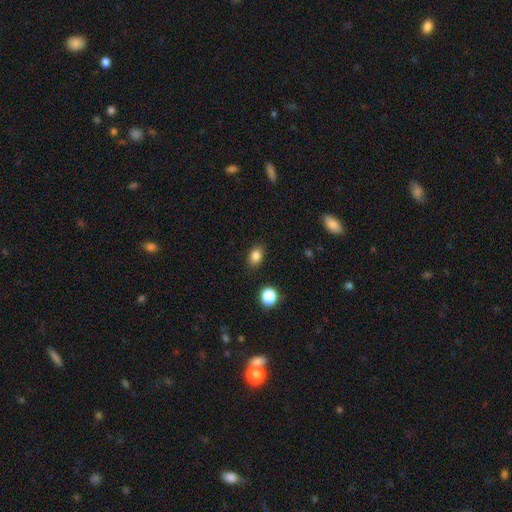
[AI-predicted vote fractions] smooth_or_featured: smooth (p=0.83) [alt: star or artifact p=0.11]
how_rounded: in between (p=0.74) [alt: round p=0.25]
merging: none (p=0.87) [alt: minor disturbance p=0.09]